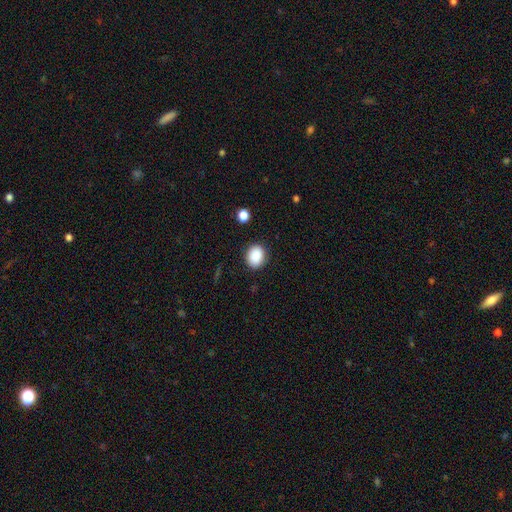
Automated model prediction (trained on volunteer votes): Smooth or featured: smooth — 88% (star or artifact — 8%)
How rounded: in between — 57% (round — 42%)
Merging: none — 86% (minor disturbance — 9%)